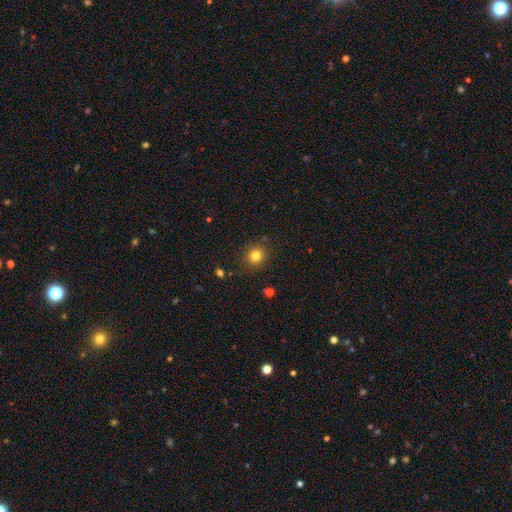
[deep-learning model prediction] This is clearly a smooth galaxy (81%). How rounded: clearly round (84%). Merging: clearly none (88%).